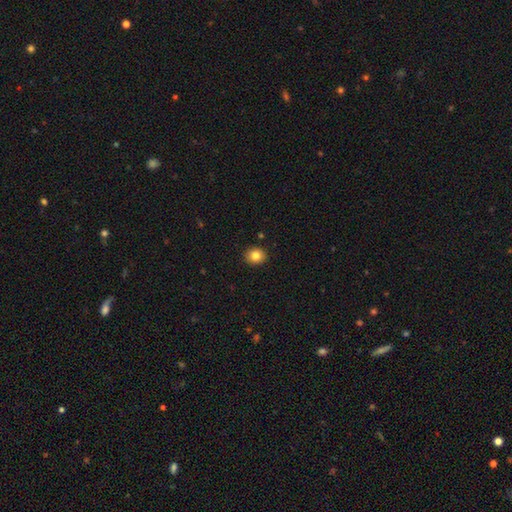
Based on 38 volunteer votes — This is clearly a smooth galaxy (95%). How rounded: likely round (78%). Merging: clearly none (95%).